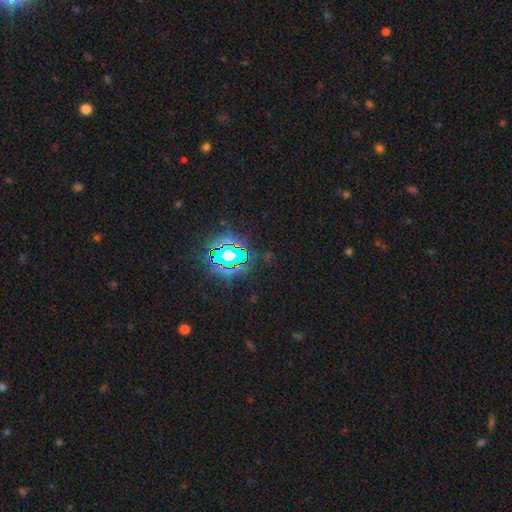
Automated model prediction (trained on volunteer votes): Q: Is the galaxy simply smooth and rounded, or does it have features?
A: star or artifact — 81%.